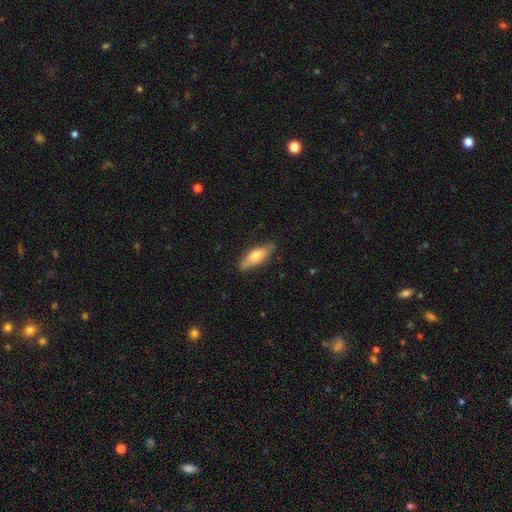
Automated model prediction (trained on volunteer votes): smooth-or-featured: smooth: 62% | featured or disk: 32% | star or artifact: 6%
  how-rounded: in between: 54% | cigar-shaped: 43% | round: 2%
  merging: none: 82% | minor disturbance: 15% | major disturbance: 3% | merger: 1%